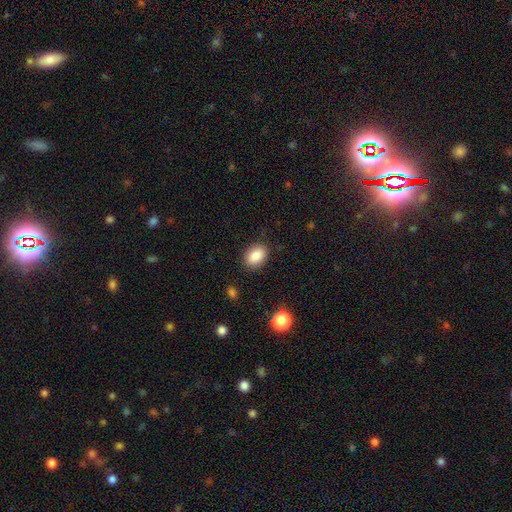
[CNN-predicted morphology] This appears to be a smooth galaxy with no disk features (87%) that is in between round and cigar-shaped (82%). Merging: none (87%).